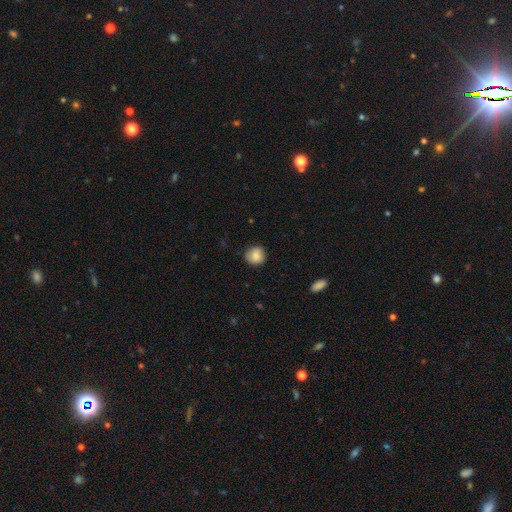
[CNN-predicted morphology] A smooth galaxy with no disk features (80%) that is round (88%).

Vote fractions:
- Smooth or featured? smooth: 80% / featured or disk: 12% / star or artifact: 8%
- How rounded? round: 88% / in between: 11% / cigar-shaped: 1%
- Merging? none: 81% / minor disturbance: 15% / major disturbance: 3% / merger: 1%